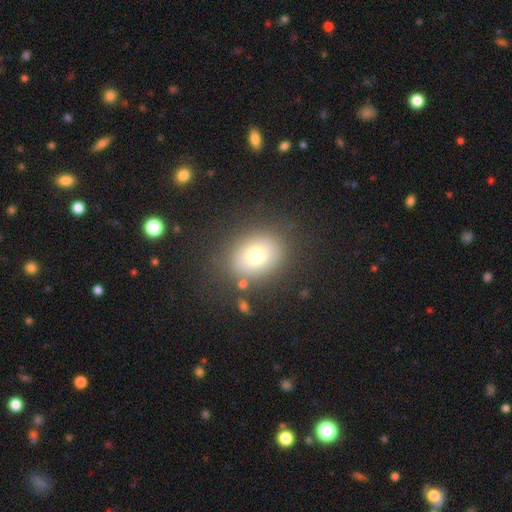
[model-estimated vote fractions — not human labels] Overall: smooth (70%). How rounded: in between (54%; round 45%). Merging: none (79%).